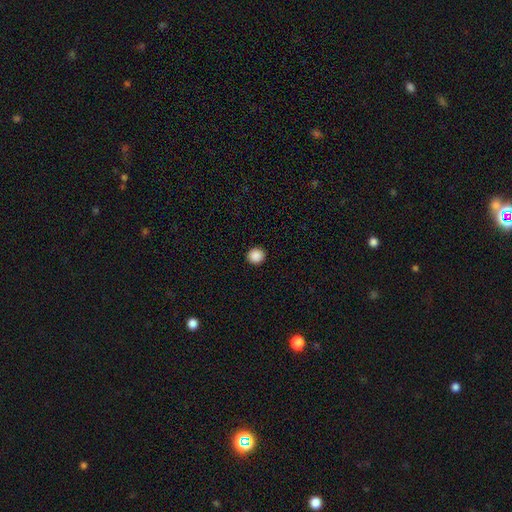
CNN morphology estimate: smooth_or_featured: smooth (p=0.89) [alt: star or artifact p=0.09]
how_rounded: round (p=0.92) [alt: in between p=0.07]
merging: none (p=0.93) [alt: minor disturbance p=0.04]